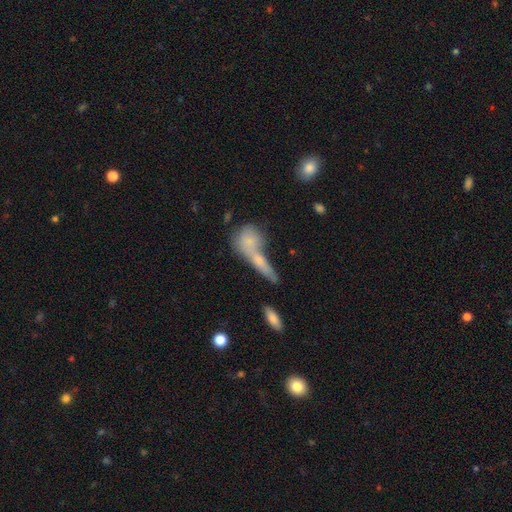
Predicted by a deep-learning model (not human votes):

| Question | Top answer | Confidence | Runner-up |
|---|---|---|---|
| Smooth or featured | smooth | 55% | featured or disk (31%) |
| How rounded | in between | 40% | cigar-shaped (34%) |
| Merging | merger | 47% | none (34%) |